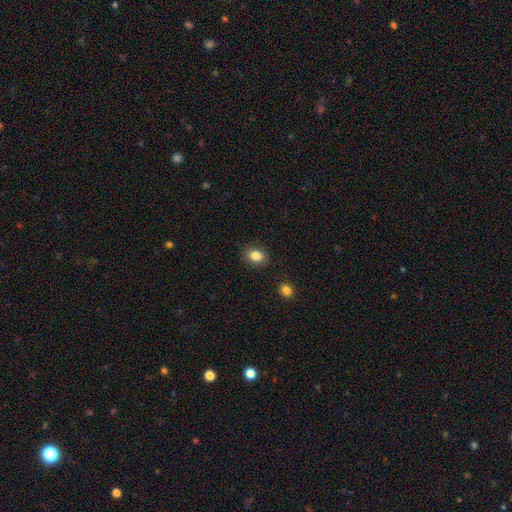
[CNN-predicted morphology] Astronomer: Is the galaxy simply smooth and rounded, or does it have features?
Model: smooth — 85%.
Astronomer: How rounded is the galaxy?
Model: in between — 65%.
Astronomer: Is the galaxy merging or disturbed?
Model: none — 88%.